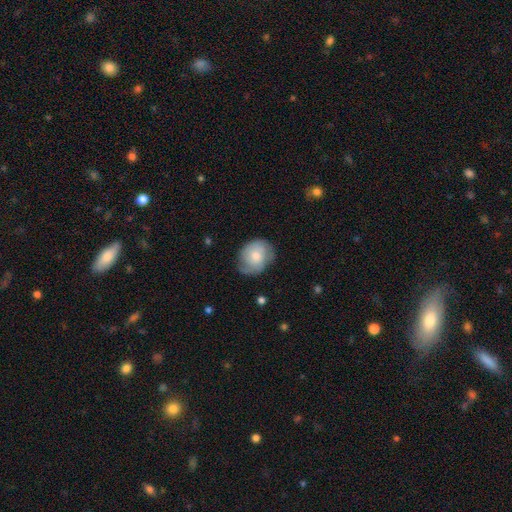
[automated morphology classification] smooth-or-featured: smooth: 55% | featured or disk: 39% | star or artifact: 7%
  how-rounded: round: 53% | in between: 46% | cigar-shaped: 1%
  merging: none: 62% | minor disturbance: 28% | major disturbance: 9% | merger: 1%